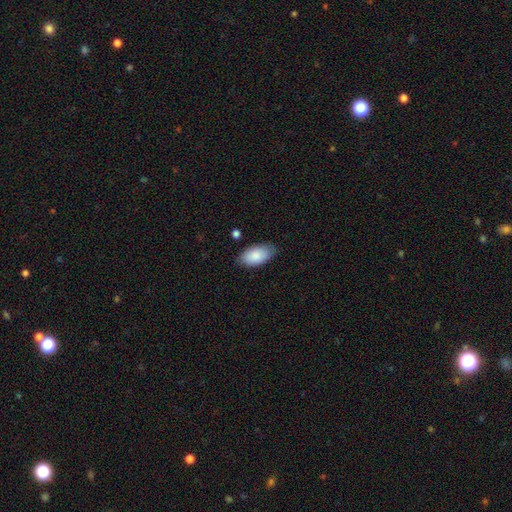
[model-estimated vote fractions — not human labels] A smooth galaxy with no disk features (87%) that is in between round and cigar-shaped (95%).

Vote fractions:
- Smooth or featured? smooth: 87% / featured or disk: 7% / star or artifact: 6%
- How rounded? in between: 95% / round: 3% / cigar-shaped: 2%
- Merging? none: 82% / minor disturbance: 14% / major disturbance: 3% / merger: 2%